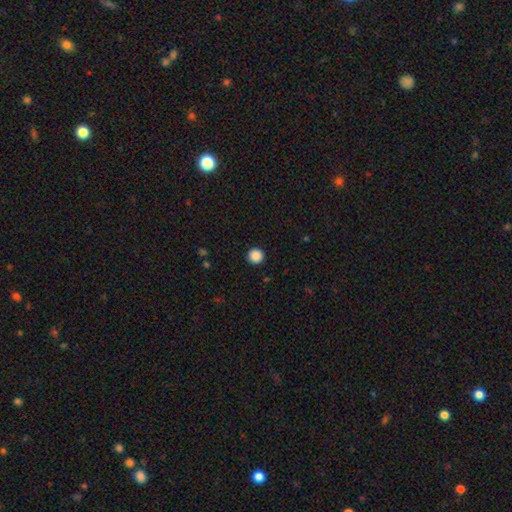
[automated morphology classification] This appears to be a smooth galaxy with no disk features (88%) that is round (96%). Merging: none (93%).